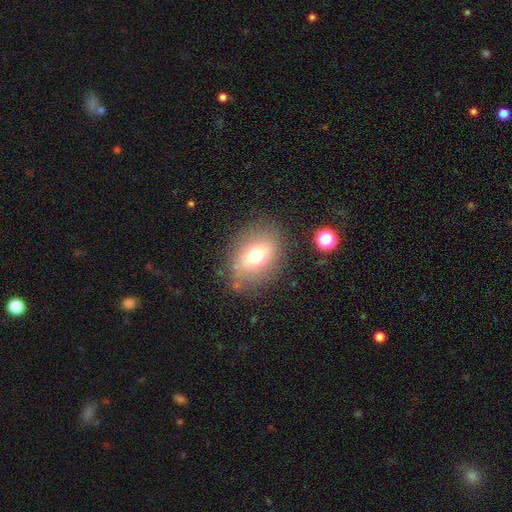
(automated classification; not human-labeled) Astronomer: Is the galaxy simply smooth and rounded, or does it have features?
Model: smooth — 71%.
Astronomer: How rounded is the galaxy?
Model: in between — 63%.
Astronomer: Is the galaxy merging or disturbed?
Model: none — 80%.